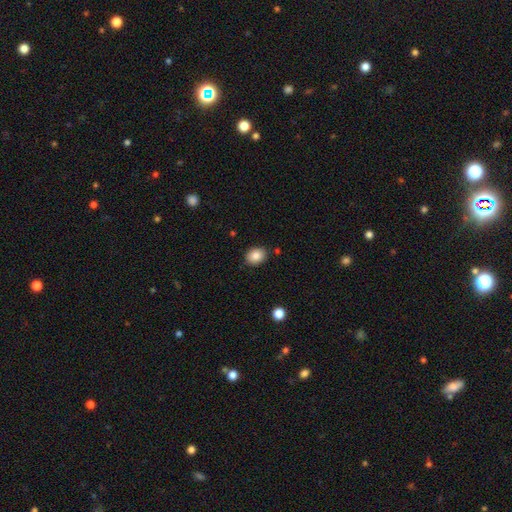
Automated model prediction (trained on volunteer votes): Smooth or featured: smooth — 85% (star or artifact — 9%)
How rounded: in between — 50% (round — 49%)
Merging: none — 87% (minor disturbance — 9%)